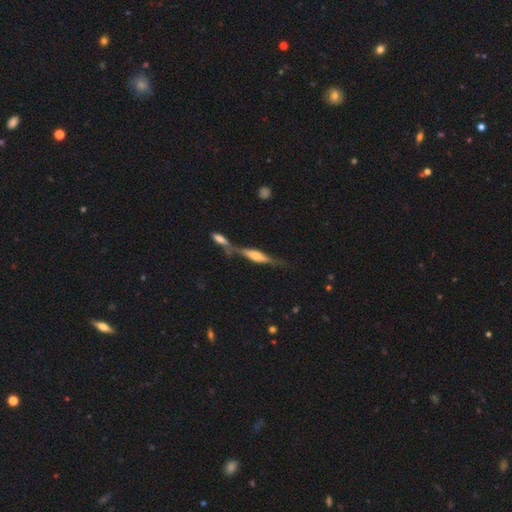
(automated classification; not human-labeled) featured or disk 63%, smooth 31%, star or artifact 7%. Down the decision tree: edge-on disk — yes (91%); edge-on bulge — rounded (73%); merging — none (48%).